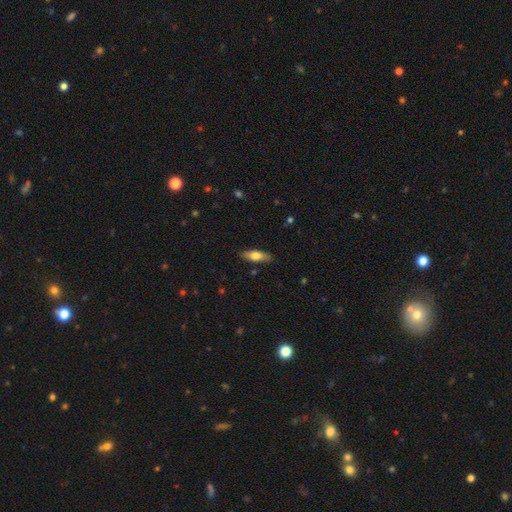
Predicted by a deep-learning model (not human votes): The model was most divided on "how rounded": in between: 52%, cigar-shaped: 45%, round: 2%. More confident: merging — none (86%); smooth or featured — smooth (63%).